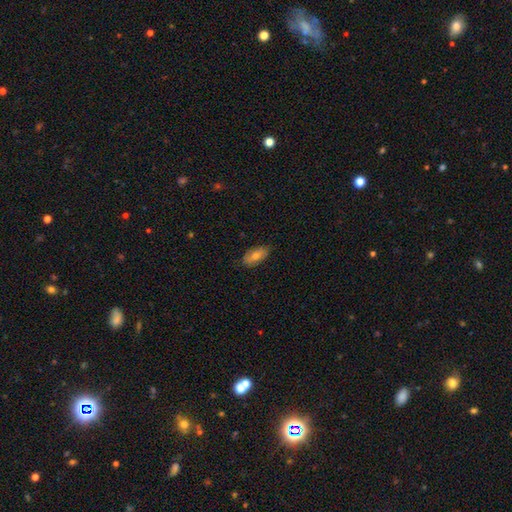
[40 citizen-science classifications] A smooth galaxy with no disk features (62%) that is in between round and cigar-shaped (80%).

Vote fractions:
- Smooth or featured? smooth: 62% / featured or disk: 32% / star or artifact: 5%
- How rounded? in between: 80% / round: 12% / cigar-shaped: 8%
- Merging? none: 61% / minor disturbance: 32% / merger: 5% / major disturbance: 3%